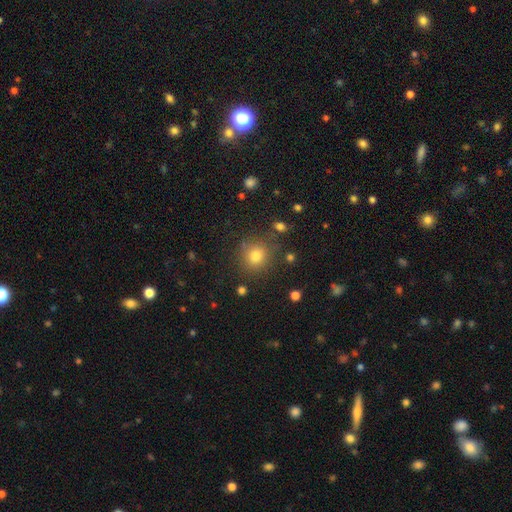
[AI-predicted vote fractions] Overall: smooth (77%). How rounded: round (87%). Merging: none (83%).